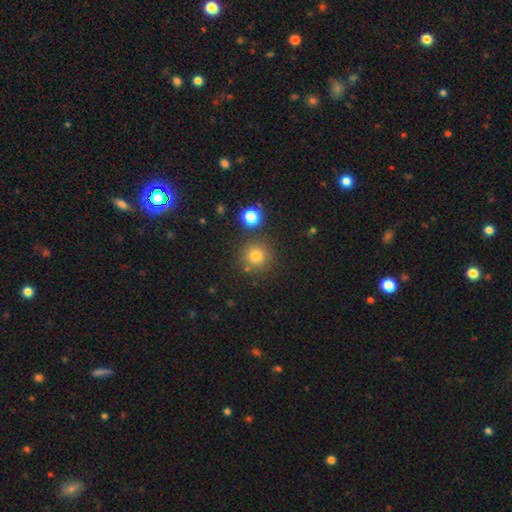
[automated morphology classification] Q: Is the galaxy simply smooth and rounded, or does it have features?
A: smooth — 78%.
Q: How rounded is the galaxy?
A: round — 94%.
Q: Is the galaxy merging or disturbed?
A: none — 81%.